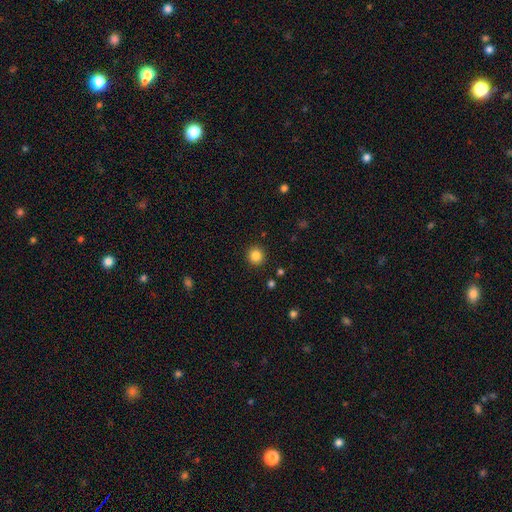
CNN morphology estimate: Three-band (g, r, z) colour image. It shows a smooth galaxy with no disk features (84%) that is round (94%). Merging: none (92%).